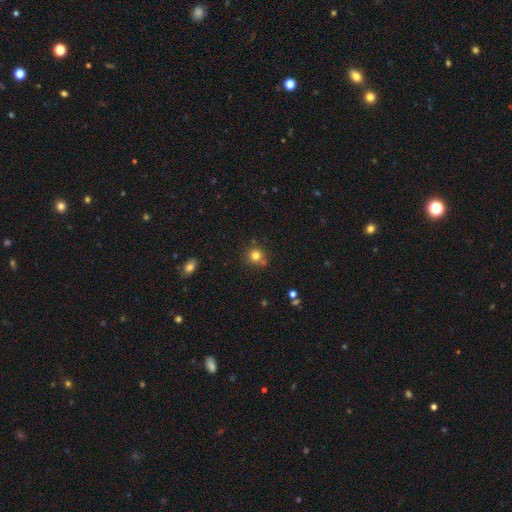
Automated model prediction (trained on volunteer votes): A smooth galaxy with no disk features (80%) that is round (92%). Merging: none (75%).